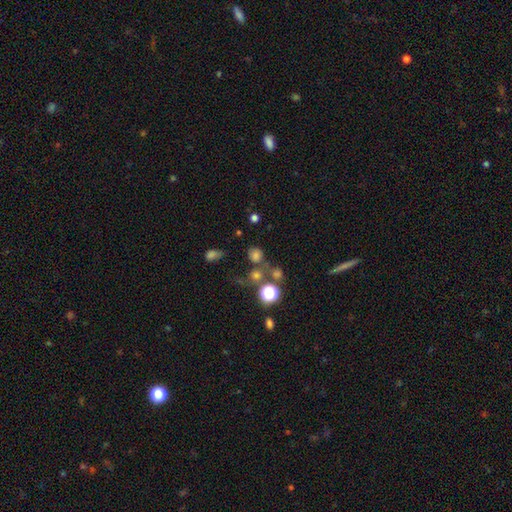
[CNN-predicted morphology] The model was most divided on "merging": none: 58%, merger: 20%, minor disturbance: 13%, major disturbance: 9%. More confident: how rounded — round (84%); smooth or featured — smooth (68%).